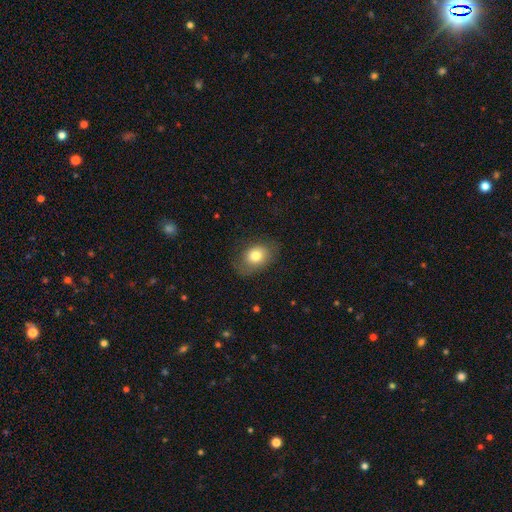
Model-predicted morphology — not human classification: A smooth galaxy with no disk features (76%) that is in between round and cigar-shaped (73%).

Vote fractions:
- Smooth or featured? smooth: 76% / featured or disk: 15% / star or artifact: 9%
- How rounded? in between: 73% / round: 26% / cigar-shaped: 1%
- Merging? none: 72% / minor disturbance: 20% / major disturbance: 7% / merger: 1%